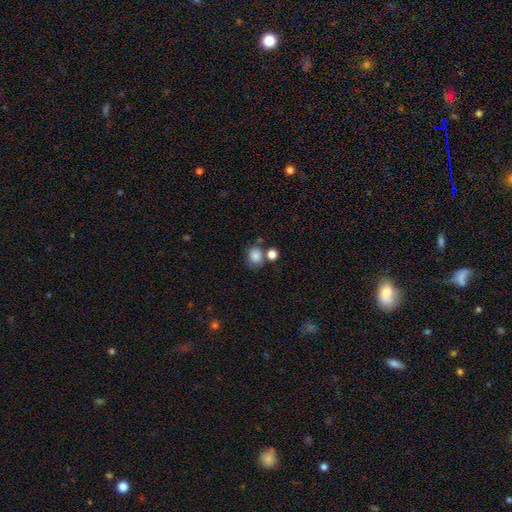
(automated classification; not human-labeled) A smooth galaxy with no disk features (83%) that is round (72%).

Vote fractions:
- Smooth or featured? smooth: 83% / star or artifact: 10% / featured or disk: 7%
- How rounded? round: 72% / in between: 27% / cigar-shaped: 1%
- Merging? none: 58% / merger: 22% / minor disturbance: 14% / major disturbance: 6%